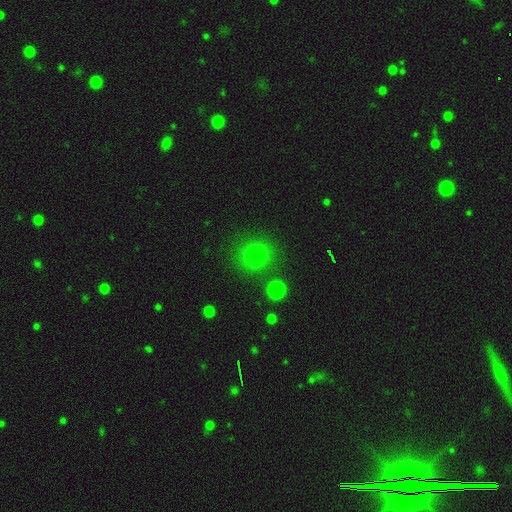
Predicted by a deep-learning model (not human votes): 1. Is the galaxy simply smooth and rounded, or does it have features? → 79% smooth, 16% star or artifact, 6% featured or disk.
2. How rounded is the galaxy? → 89% round, 10% in between, 1% cigar-shaped.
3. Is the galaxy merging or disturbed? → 82% none, 8% minor disturbance, 6% merger, 4% major disturbance.